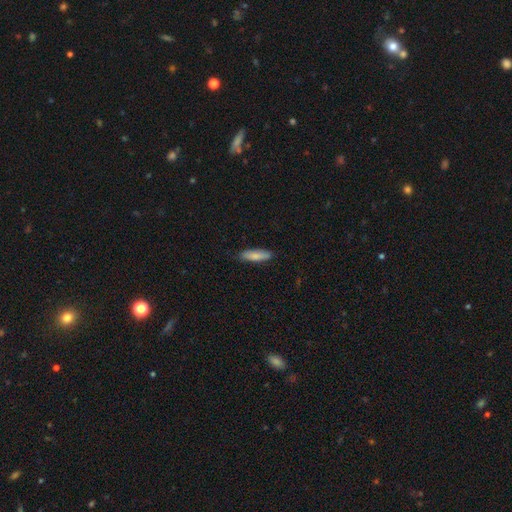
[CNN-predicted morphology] Smooth or featured? Predicted: smooth (p=0.82). How rounded? Predicted: cigar-shaped (p=0.63). Merging? Predicted: none (p=0.85).